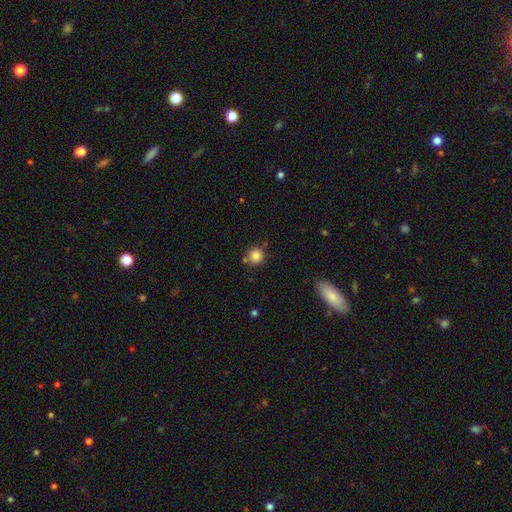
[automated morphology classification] Smooth or featured? Predicted: smooth (p=0.84). How rounded? Predicted: round (p=0.92). Merging? Predicted: none (p=0.76).